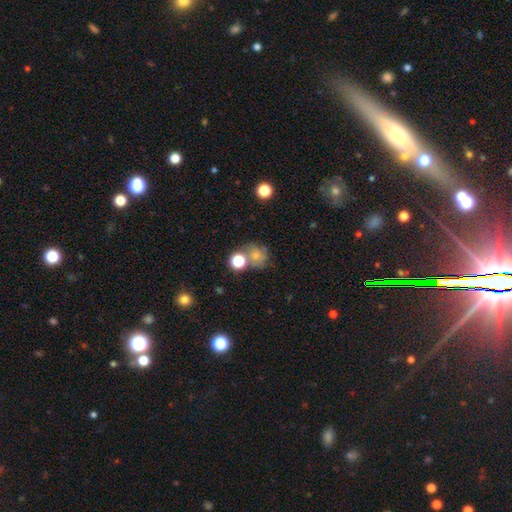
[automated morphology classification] Overall: smooth (69%). How rounded: round (73%). Merging: none (51%; merger 28%).